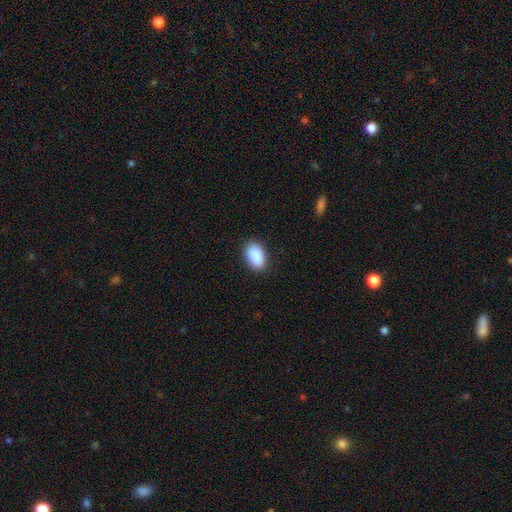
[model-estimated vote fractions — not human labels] smooth 91%, star or artifact 6%, featured or disk 3%. Down the decision tree: how rounded — in between (90%); merging — none (88%).